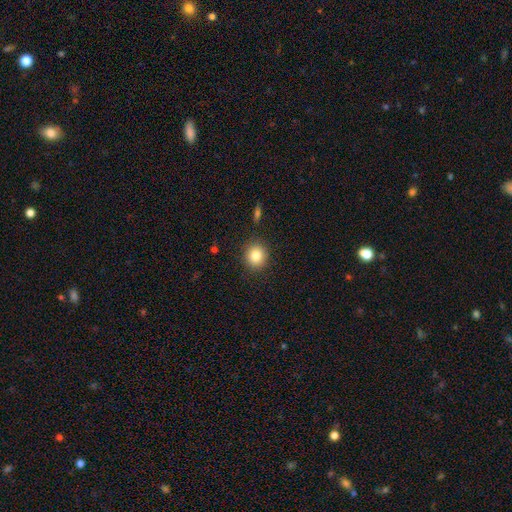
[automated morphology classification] A smooth galaxy with no disk features (83%) that is round (84%).

Vote fractions:
- Smooth or featured? smooth: 83% / star or artifact: 10% / featured or disk: 7%
- How rounded? round: 84% / in between: 15% / cigar-shaped: 1%
- Merging? none: 89% / minor disturbance: 7% / major disturbance: 2% / merger: 1%